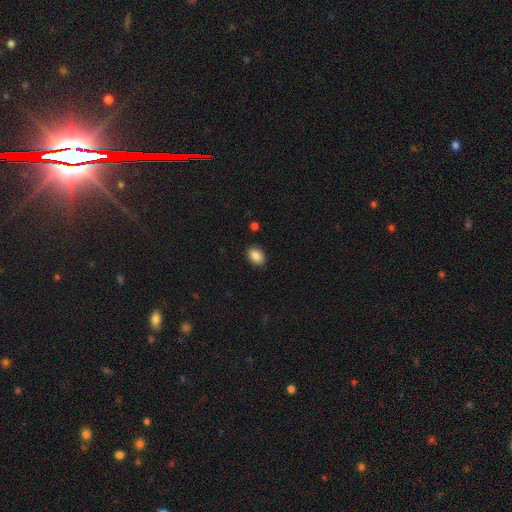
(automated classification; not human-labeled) smooth 88%, star or artifact 8%, featured or disk 4%. Down the decision tree: how rounded — in between (78%); merging — none (89%).